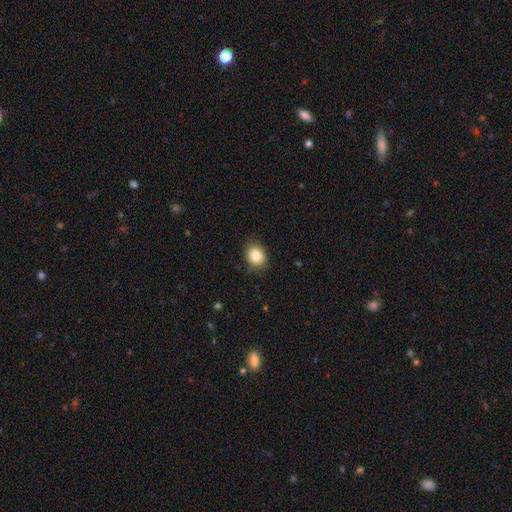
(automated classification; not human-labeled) A smooth galaxy with no disk features (84%) that is in between round and cigar-shaped (51%). Merging: none (86%).